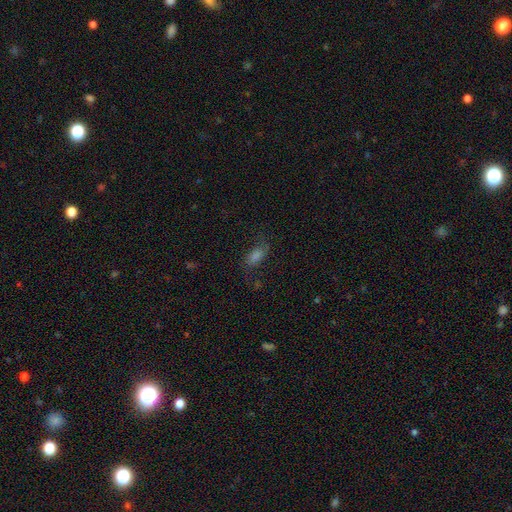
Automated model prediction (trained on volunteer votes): This appears to be a smooth galaxy with no disk features (52%) that is in between round and cigar-shaped (80%). Merging: none (67%).